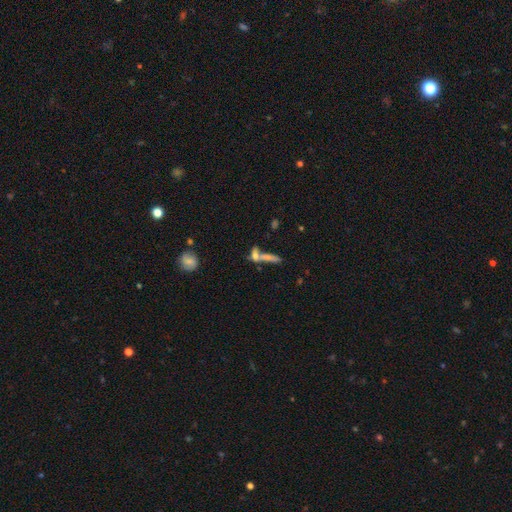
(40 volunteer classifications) Smooth or featured? smooth (60%)
How rounded? cigar-shaped (58%)
Merging? none (44%)